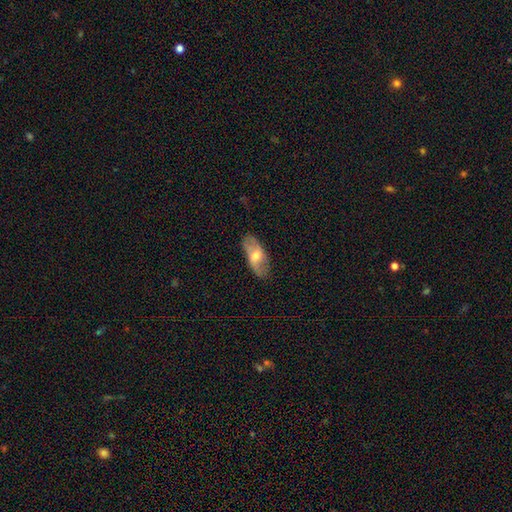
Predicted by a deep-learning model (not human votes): Smooth or featured?
  - featured or disk: 52% *
  - smooth: 41%
  - star or artifact: 7%
Edge-on disk?
  - no: 82% *
  - yes: 18%
Merging?
  - none: 80% *
  - minor disturbance: 15%
  - major disturbance: 4%
  - merger: 1%